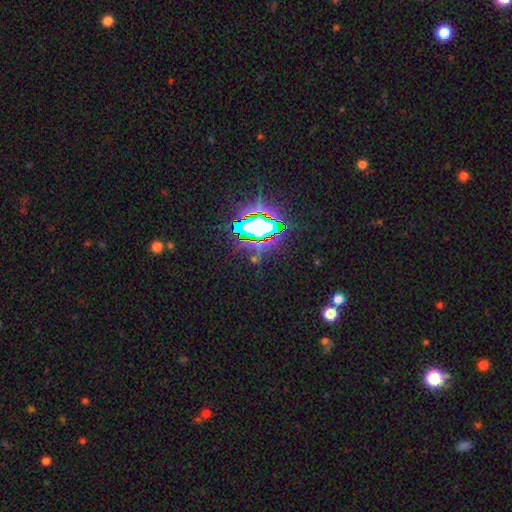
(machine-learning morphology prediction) Overall: star or artifact (74%).